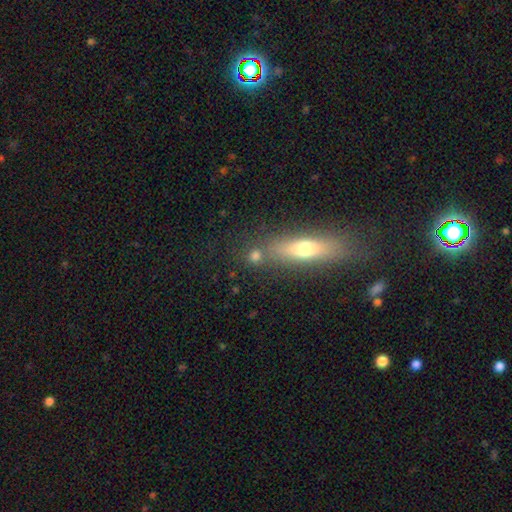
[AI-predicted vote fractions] smooth-or-featured: smooth: 72% | star or artifact: 15% | featured or disk: 13%
  how-rounded: round: 62% | in between: 22% | cigar-shaped: 15%
  merging: none: 69% | merger: 18% | minor disturbance: 9% | major disturbance: 4%